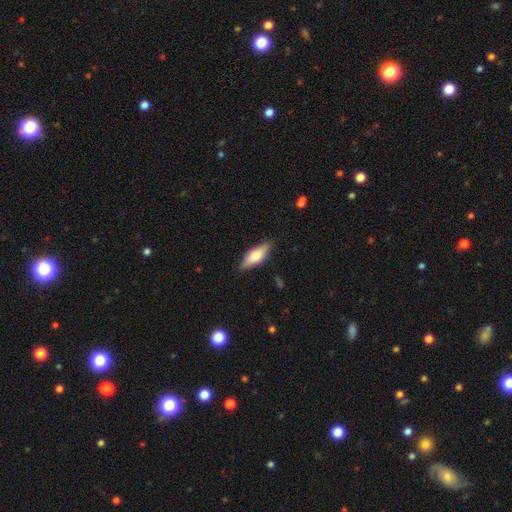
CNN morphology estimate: Overall: smooth (65%; featured or disk 29%). How rounded: in between (73%). Merging: none (85%).